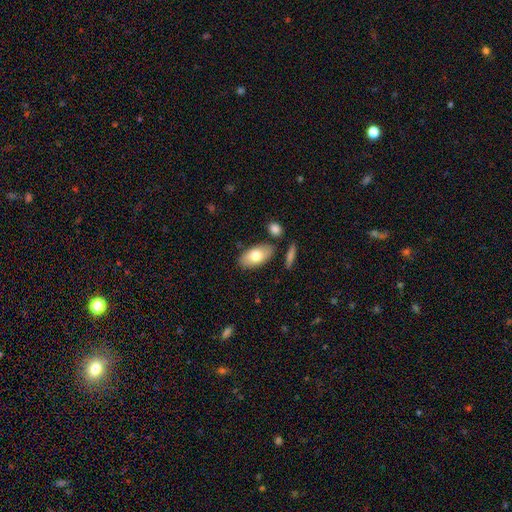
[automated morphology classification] A smooth galaxy with no disk features (75%) that is in between round and cigar-shaped (93%).

Vote fractions:
- Smooth or featured? smooth: 75% / featured or disk: 19% / star or artifact: 6%
- How rounded? in between: 93% / cigar-shaped: 4% / round: 4%
- Merging? none: 81% / minor disturbance: 11% / merger: 5% / major disturbance: 3%